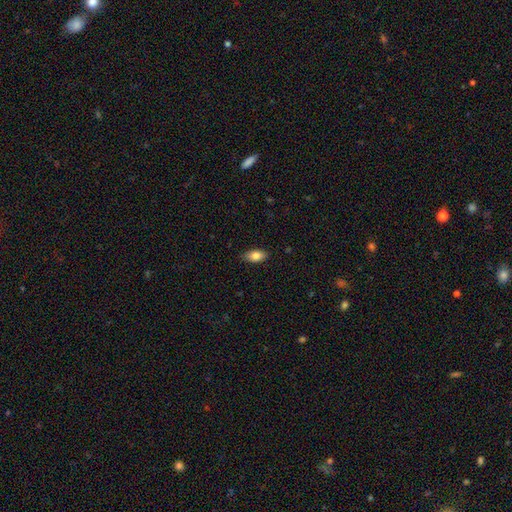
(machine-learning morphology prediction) Q: Smooth or featured?
A: smooth (83%); runner-up: featured or disk (9%)
Q: How rounded?
A: in between (90%); runner-up: cigar-shaped (6%)
Q: Merging?
A: none (87%); runner-up: minor disturbance (10%)